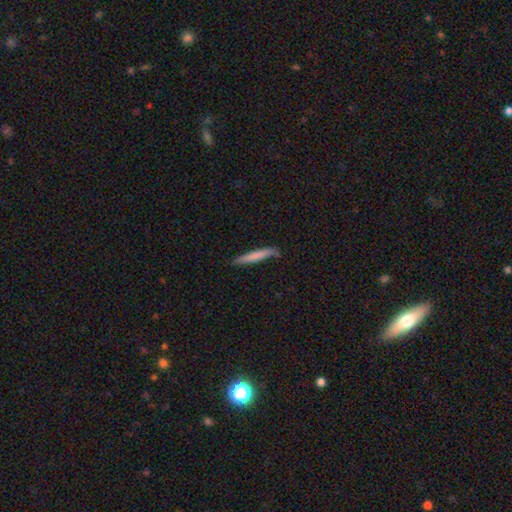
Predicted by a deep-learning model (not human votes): Overall: smooth (72%). How rounded: cigar-shaped (95%). Merging: none (75%).